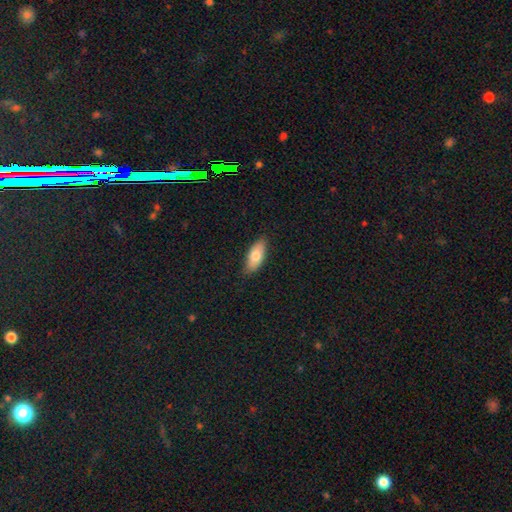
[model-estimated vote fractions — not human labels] Smooth or featured? smooth (76%)
How rounded? in between (84%)
Merging? none (83%)